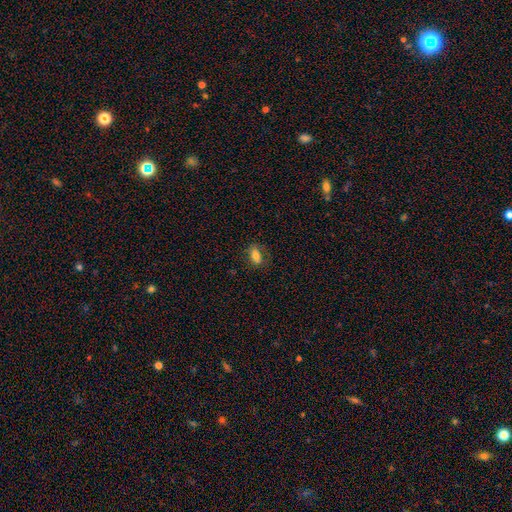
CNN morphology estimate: Smooth or featured: smooth — 77% (featured or disk — 14%)
How rounded: in between — 85% (round — 9%)
Merging: none — 77% (minor disturbance — 17%)